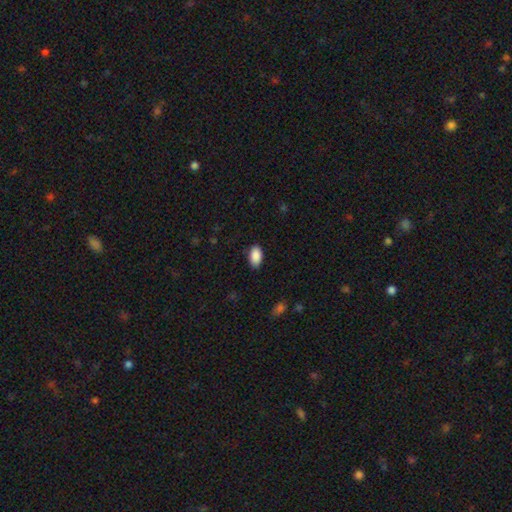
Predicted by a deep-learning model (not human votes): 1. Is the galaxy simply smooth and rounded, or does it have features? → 90% smooth, 7% star or artifact, 3% featured or disk.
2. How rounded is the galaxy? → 94% in between, 4% round, 2% cigar-shaped.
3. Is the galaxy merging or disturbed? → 85% none, 11% minor disturbance, 2% major disturbance, 1% merger.